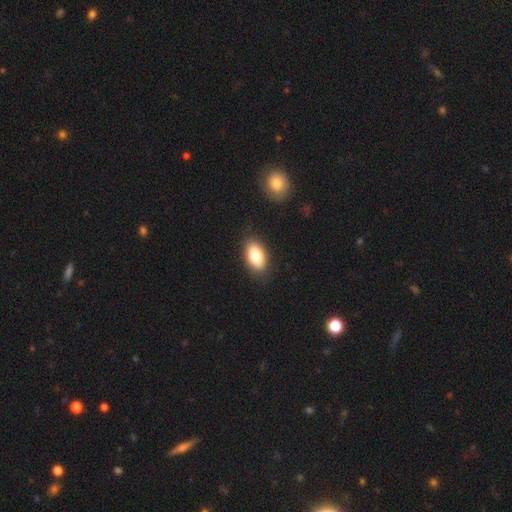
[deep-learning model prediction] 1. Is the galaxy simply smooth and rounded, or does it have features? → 82% smooth, 11% featured or disk, 7% star or artifact.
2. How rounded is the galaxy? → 93% in between, 5% round, 3% cigar-shaped.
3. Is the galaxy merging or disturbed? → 85% none, 10% minor disturbance, 3% major disturbance, 2% merger.